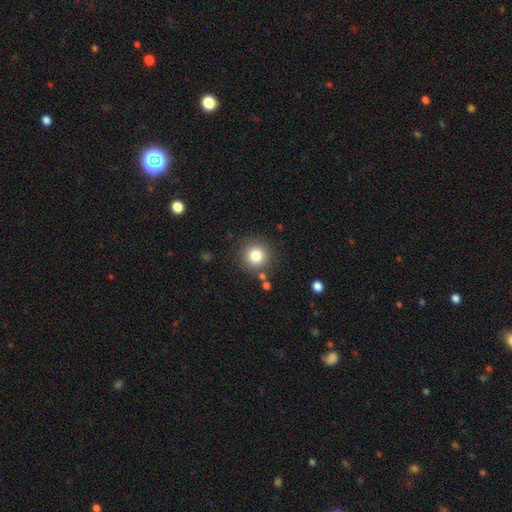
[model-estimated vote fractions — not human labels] smooth-or-featured: smooth: 81% | star or artifact: 11% | featured or disk: 8%
  how-rounded: round: 94% | in between: 5% | cigar-shaped: 1%
  merging: none: 84% | minor disturbance: 8% | merger: 4% | major disturbance: 3%